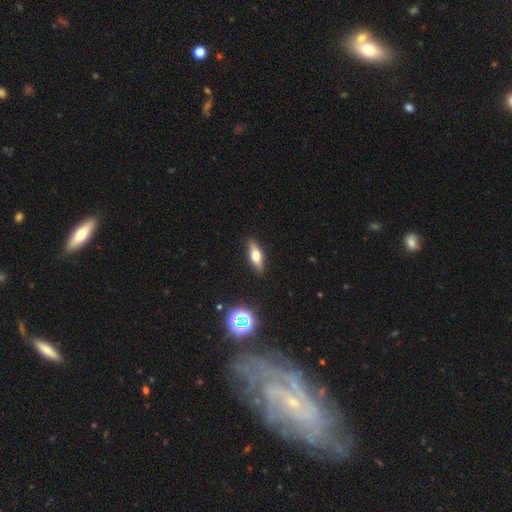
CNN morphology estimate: Q: Smooth or featured?
A: smooth (47%); runner-up: featured or disk (43%)
Q: Merging?
A: none (88%); runner-up: minor disturbance (9%)